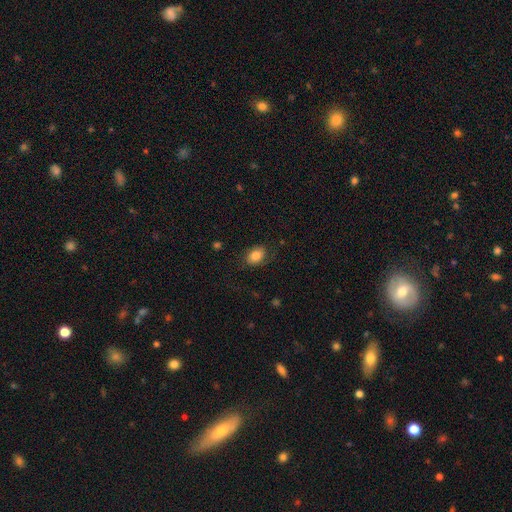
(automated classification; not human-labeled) The model was most divided on "how rounded": in between: 73%, round: 26%, cigar-shaped: 1%. More confident: smooth or featured — smooth (80%); merging — none (76%).